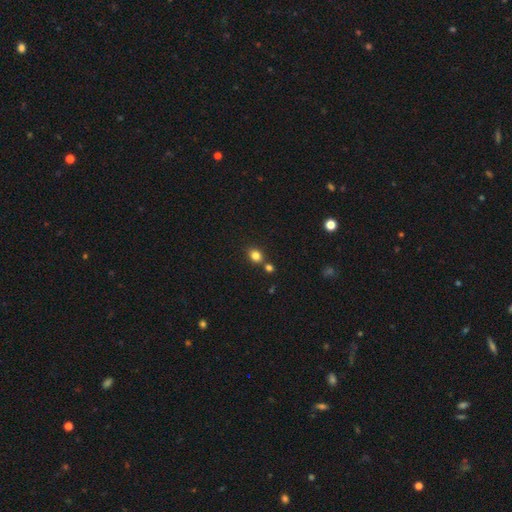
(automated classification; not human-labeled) Overall: smooth (81%). How rounded: round (64%; in between 35%). Merging: none (72%).